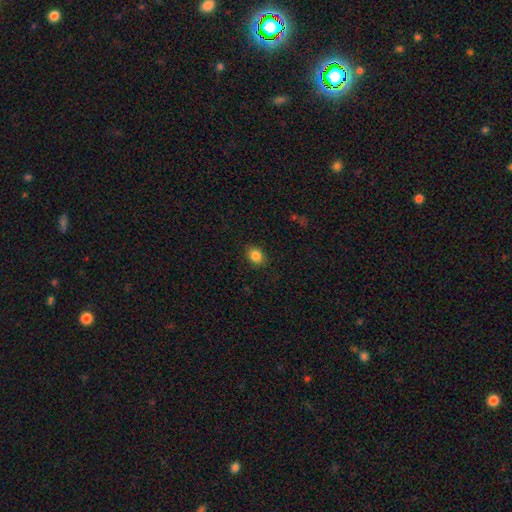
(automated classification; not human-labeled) Morphology: type=smooth (85%); roundness=round (54%); merging=none (88%).